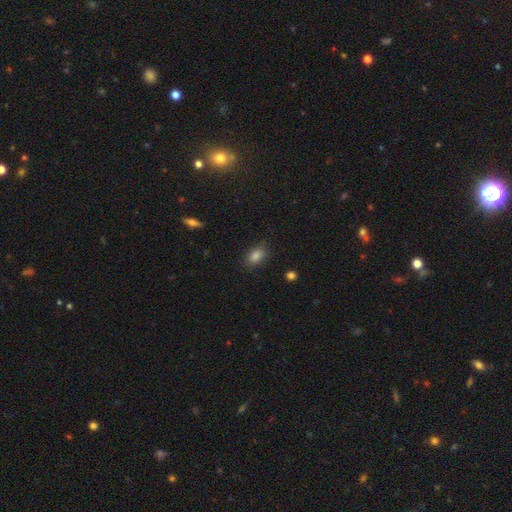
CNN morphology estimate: Overall: smooth (84%). How rounded: in between (80%). Merging: none (82%).